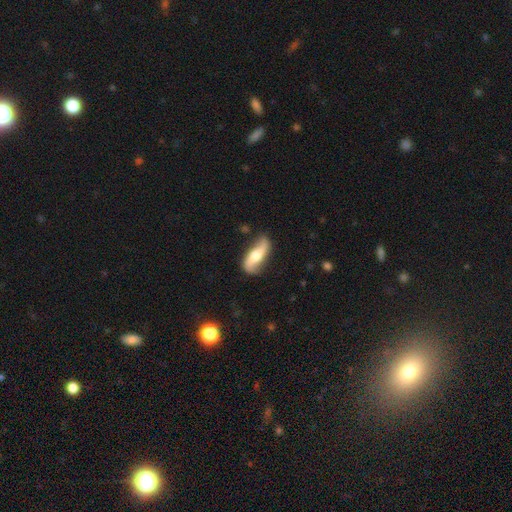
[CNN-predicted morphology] Smooth or featured? Predicted: featured or disk (p=0.68). Edge-on disk? Predicted: no (p=0.82). Bar? Predicted: no (p=0.51). Spiral arms? Predicted: yes (p=0.91). Spiral winding? Predicted: loose (p=0.83). Spiral arm count? Predicted: 2 (p=0.92). Bulge size? Predicted: moderate (p=0.57). Merging? Predicted: none (p=0.75).